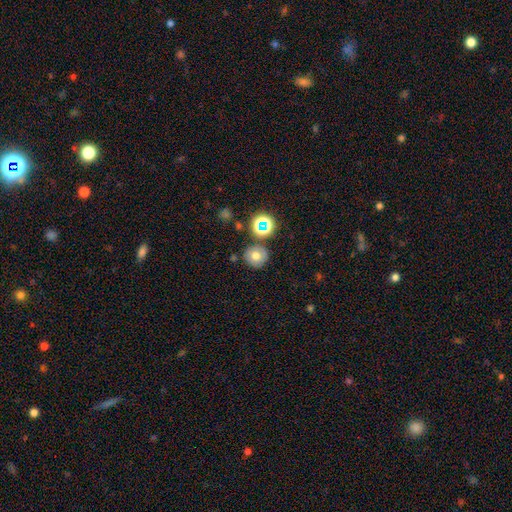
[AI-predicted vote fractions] A smooth galaxy with no disk features (68%) that is round (90%). Merging: none (79%).